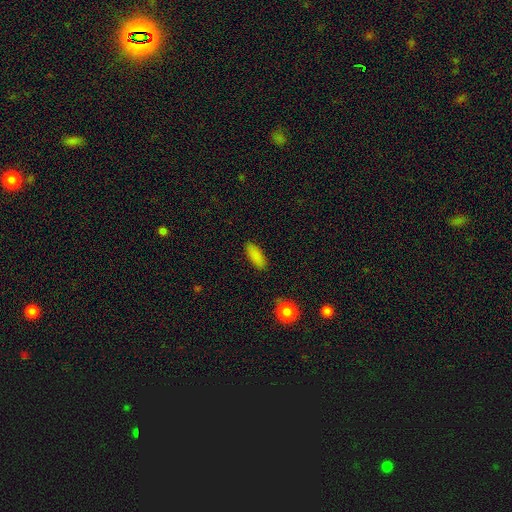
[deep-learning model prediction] Smooth or featured: smooth — 86% (star or artifact — 9%)
How rounded: in between — 73% (cigar-shaped — 25%)
Merging: none — 86% (minor disturbance — 10%)